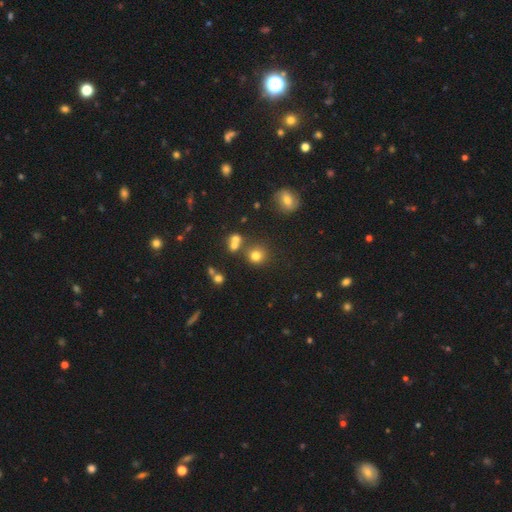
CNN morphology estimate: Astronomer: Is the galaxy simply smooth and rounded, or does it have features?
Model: smooth — 75%.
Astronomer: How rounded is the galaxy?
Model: round — 88%.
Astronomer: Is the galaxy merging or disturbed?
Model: none — 71%.